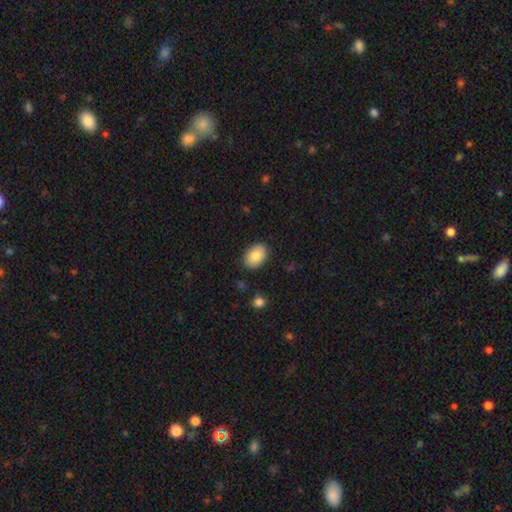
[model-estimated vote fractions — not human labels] smooth_or_featured: smooth (p=0.84) [alt: featured or disk p=0.09]
how_rounded: in between (p=0.85) [alt: round p=0.14]
merging: none (p=0.87) [alt: minor disturbance p=0.09]